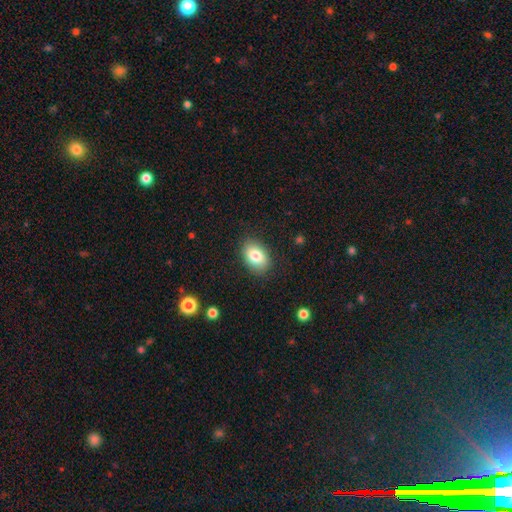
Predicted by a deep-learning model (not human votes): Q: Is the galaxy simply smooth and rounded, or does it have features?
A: smooth — 82%.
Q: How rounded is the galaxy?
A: in between — 85%.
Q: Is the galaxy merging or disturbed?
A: none — 85%.